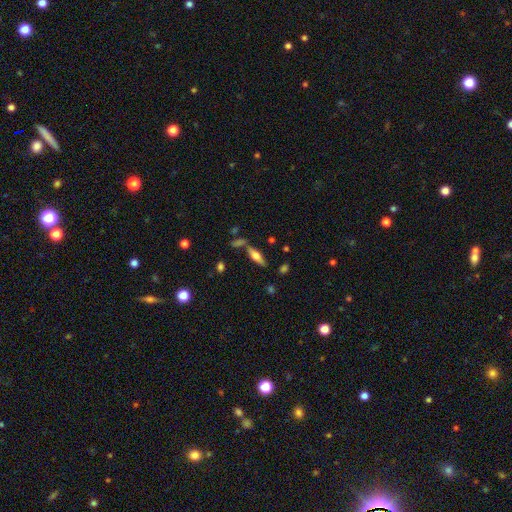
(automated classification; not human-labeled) Smooth or featured: featured or disk — 49% (smooth — 44%)
Merging: none — 74% (minor disturbance — 13%)